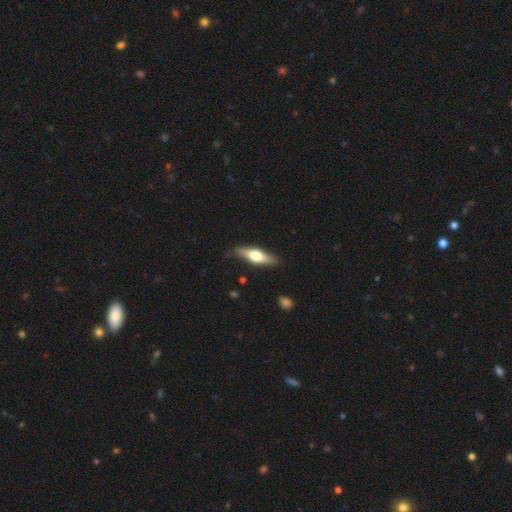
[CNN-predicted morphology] Smooth or featured? featured or disk (50%)
Edge-on disk? yes (90%)
Merging? none (85%)